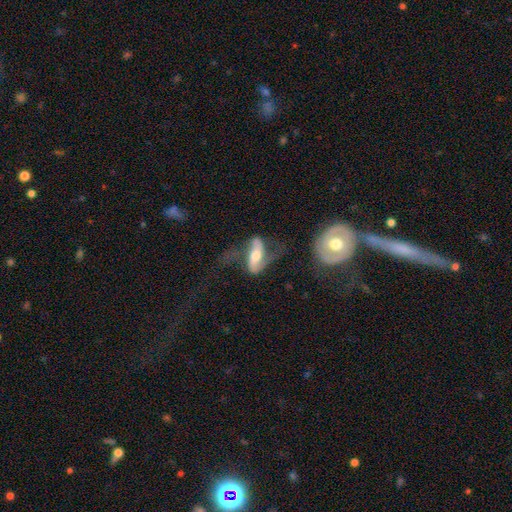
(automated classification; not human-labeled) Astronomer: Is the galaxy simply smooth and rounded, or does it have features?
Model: featured or disk — 76%.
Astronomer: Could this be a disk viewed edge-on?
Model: no — 87%.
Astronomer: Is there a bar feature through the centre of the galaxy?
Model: strong — 38% (runner-up: weak, 32%).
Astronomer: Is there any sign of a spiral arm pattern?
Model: yes — 89%.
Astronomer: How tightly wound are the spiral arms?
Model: loose — 70%.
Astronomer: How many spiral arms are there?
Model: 2 — 89%.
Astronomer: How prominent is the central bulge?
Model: moderate — 61%.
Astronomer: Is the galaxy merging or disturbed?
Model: none — 46% (runner-up: major disturbance, 28%).